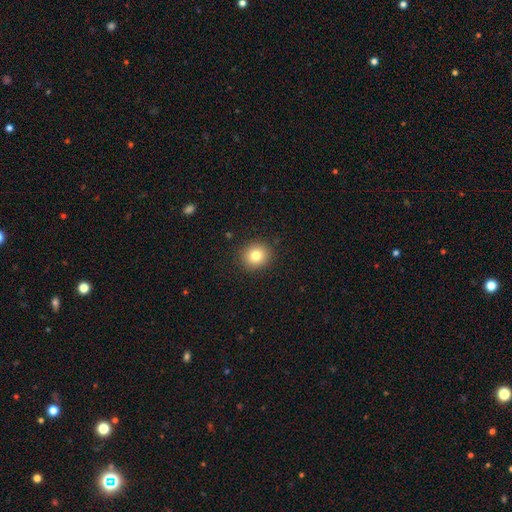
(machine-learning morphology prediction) Smooth or featured? Predicted: smooth (p=0.80). How rounded? Predicted: round (p=0.88). Merging? Predicted: none (p=0.91).